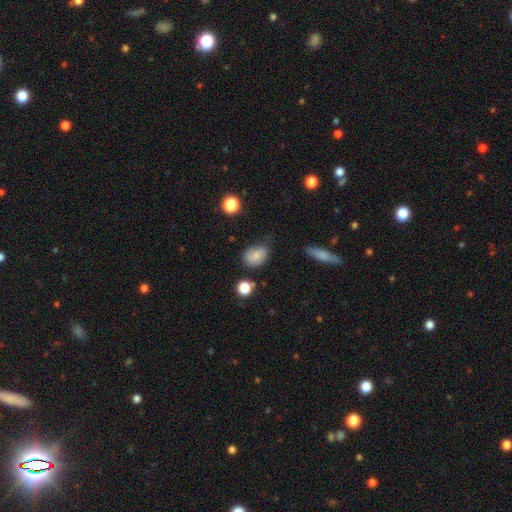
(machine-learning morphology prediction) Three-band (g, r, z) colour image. It shows a smooth galaxy with no disk features (79%) that is in between round and cigar-shaped (77%). Merging: none (56%).